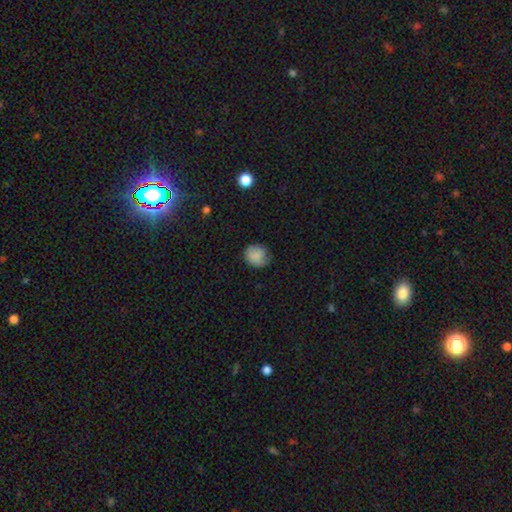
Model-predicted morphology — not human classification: A smooth galaxy with no disk features (82%) that is round (75%). Merging: none (68%).